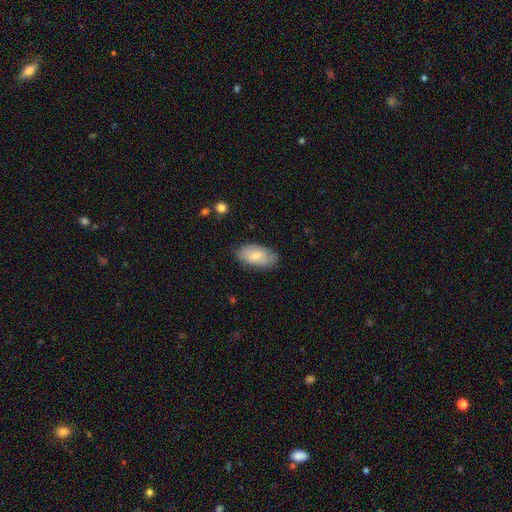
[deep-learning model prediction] Smooth or featured? Predicted: smooth (p=0.70). How rounded? Predicted: in between (p=0.94). Merging? Predicted: none (p=0.75).